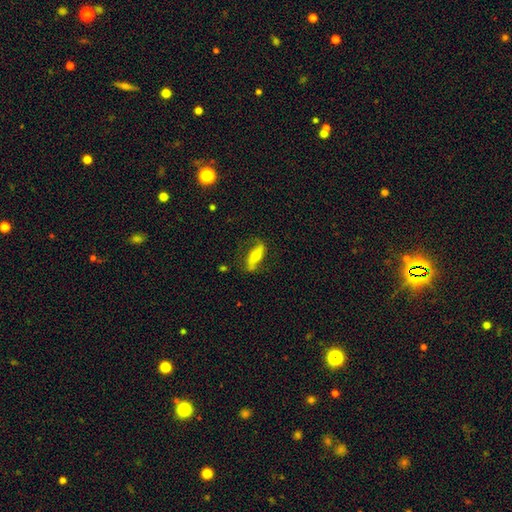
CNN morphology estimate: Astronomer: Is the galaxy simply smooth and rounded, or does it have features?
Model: featured or disk — 57% (runner-up: smooth, 37%).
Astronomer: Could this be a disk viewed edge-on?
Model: no — 66%.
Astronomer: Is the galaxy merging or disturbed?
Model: none — 72%.